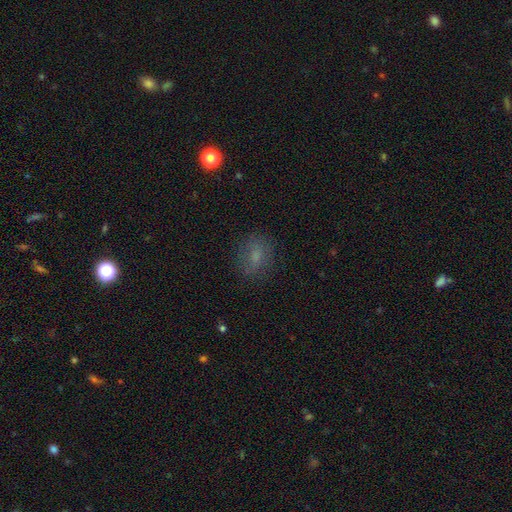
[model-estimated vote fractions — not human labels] Smooth or featured?
  - smooth: 68% *
  - featured or disk: 17%
  - star or artifact: 15%
How rounded?
  - in between: 55% *
  - round: 42%
  - cigar-shaped: 3%
Merging?
  - none: 76% *
  - minor disturbance: 15%
  - major disturbance: 7%
  - merger: 1%